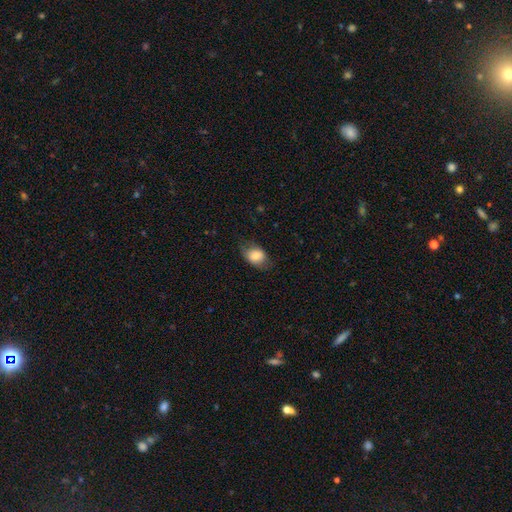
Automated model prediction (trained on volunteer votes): Smooth or featured: smooth — 80% (featured or disk — 13%)
How rounded: in between — 67% (round — 32%)
Merging: none — 65% (minor disturbance — 24%)